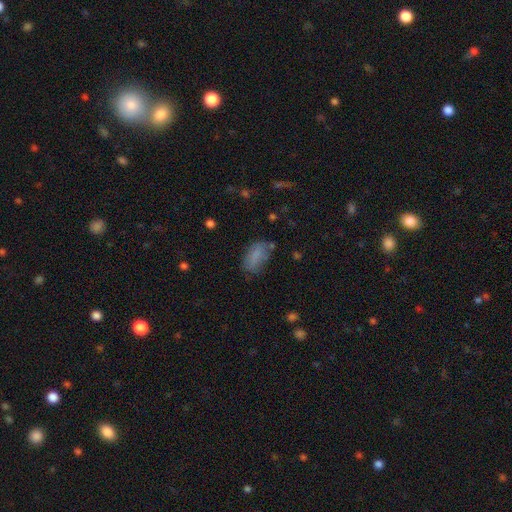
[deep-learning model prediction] Smooth or featured?
  - smooth: 80% *
  - featured or disk: 11%
  - star or artifact: 9%
How rounded?
  - in between: 90% *
  - cigar-shaped: 5%
  - round: 4%
Merging?
  - none: 62% *
  - minor disturbance: 25%
  - major disturbance: 9%
  - merger: 4%